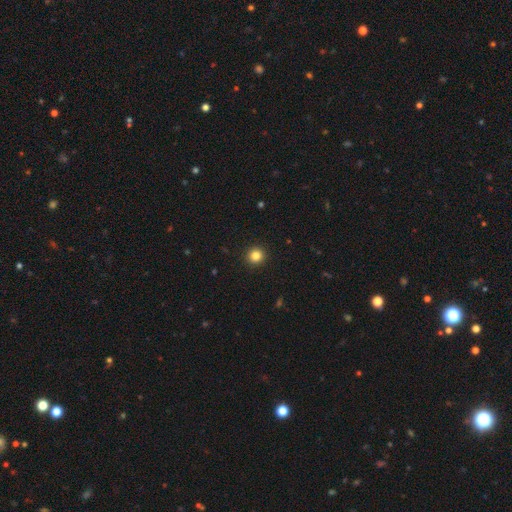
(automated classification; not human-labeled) Smooth or featured? Predicted: smooth (p=0.84). How rounded? Predicted: round (p=0.94). Merging? Predicted: none (p=0.93).